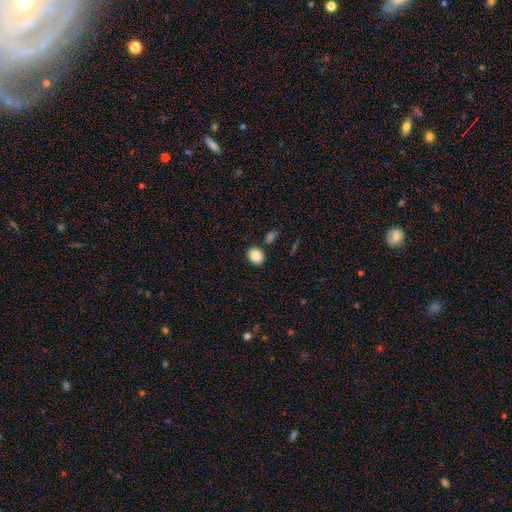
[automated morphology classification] Smooth or featured?
  - smooth: 85% *
  - star or artifact: 8%
  - featured or disk: 7%
How rounded?
  - in between: 58% *
  - round: 41%
  - cigar-shaped: 1%
Merging?
  - none: 84% *
  - minor disturbance: 9%
  - merger: 5%
  - major disturbance: 2%